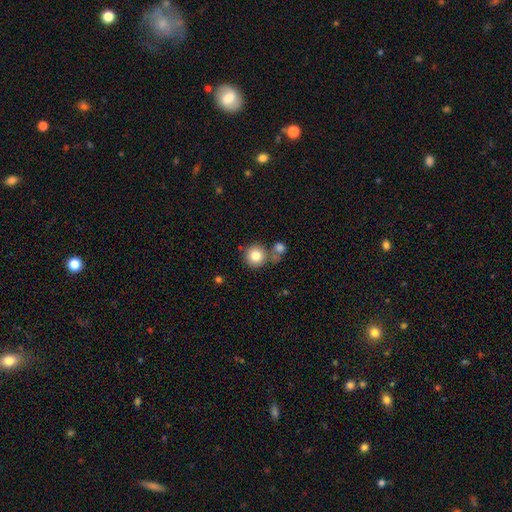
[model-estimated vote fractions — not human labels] A smooth galaxy with no disk features (81%) that is round (93%).

Vote fractions:
- Smooth or featured? smooth: 81% / star or artifact: 10% / featured or disk: 9%
- How rounded? round: 93% / in between: 6% / cigar-shaped: 1%
- Merging? none: 64% / merger: 22% / minor disturbance: 10% / major disturbance: 4%